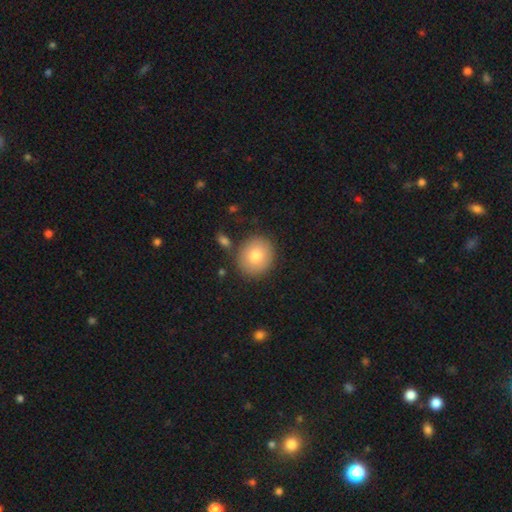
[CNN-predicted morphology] Q: Smooth or featured?
A: smooth (80%); runner-up: featured or disk (12%)
Q: How rounded?
A: round (81%); runner-up: in between (18%)
Q: Merging?
A: none (84%); runner-up: minor disturbance (9%)